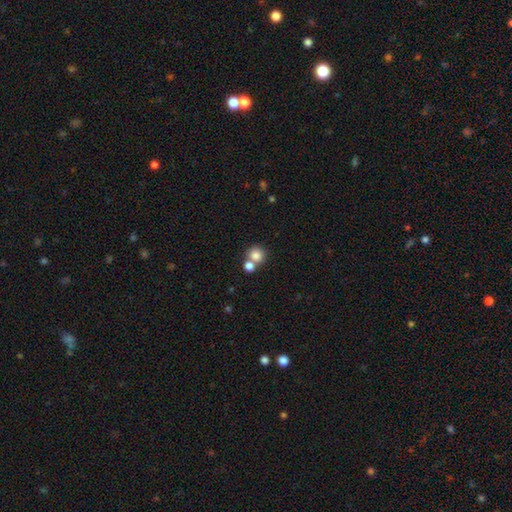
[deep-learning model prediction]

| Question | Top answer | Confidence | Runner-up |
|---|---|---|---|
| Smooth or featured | smooth | 80% | star or artifact (11%) |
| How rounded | round | 88% | in between (11%) |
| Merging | none | 53% | merger (38%) |